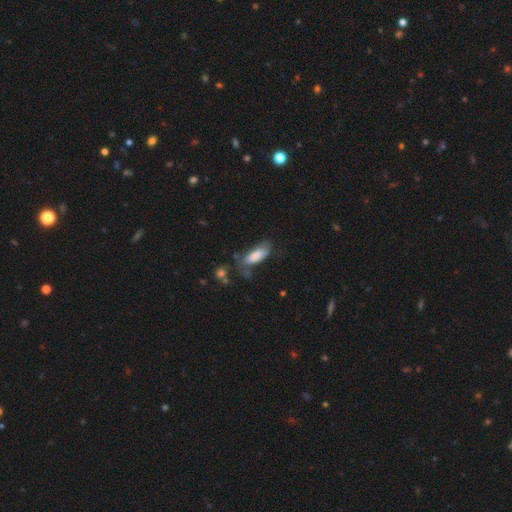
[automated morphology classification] Smooth or featured? Predicted: smooth (p=0.77). How rounded? Predicted: in between (p=0.77). Merging? Predicted: none (p=0.46).